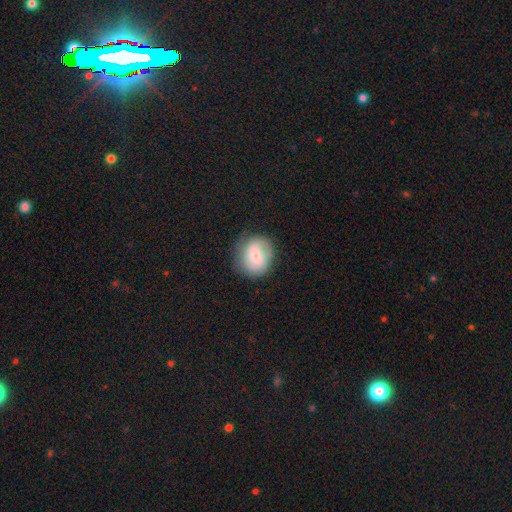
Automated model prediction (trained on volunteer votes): The model was most divided on "smooth or featured": smooth: 58%, featured or disk: 34%, star or artifact: 8%. More confident: how rounded — round (76%); merging — none (71%).